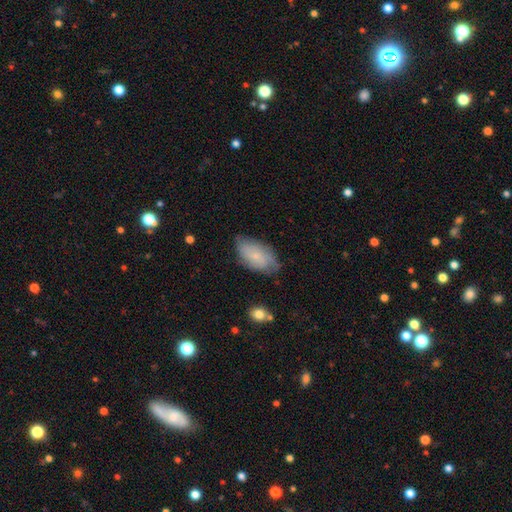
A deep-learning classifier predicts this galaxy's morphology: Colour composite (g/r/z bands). It shows a smooth galaxy with no disk features (68%) that is in between round and cigar-shaped (94%). Merging: none (66%).